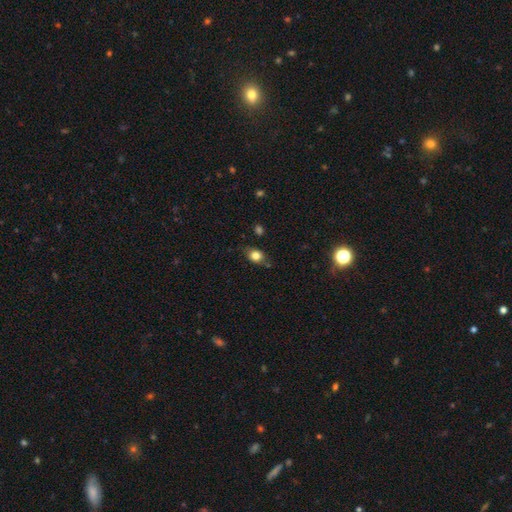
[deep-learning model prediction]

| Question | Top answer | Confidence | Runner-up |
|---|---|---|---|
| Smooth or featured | smooth | 80% | featured or disk (10%) |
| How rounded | in between | 57% | round (41%) |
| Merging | none | 73% | minor disturbance (21%) |